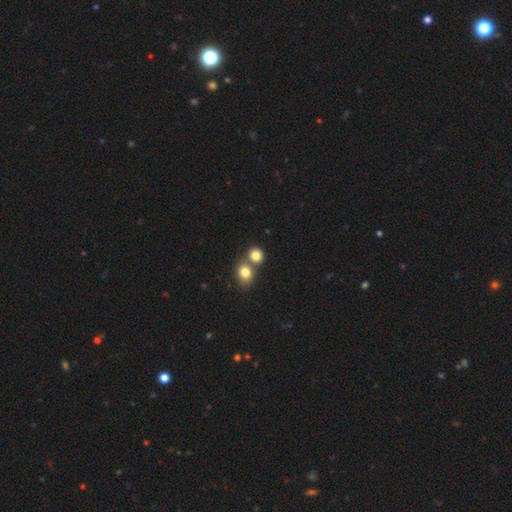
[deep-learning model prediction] This appears to be a smooth galaxy with no disk features (82%) that is round (80%). Merging: none (49%).